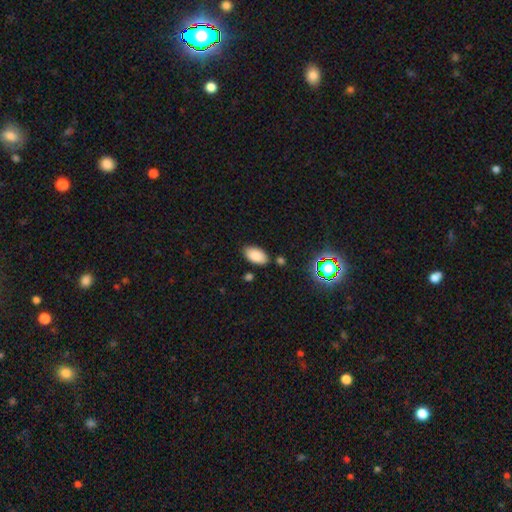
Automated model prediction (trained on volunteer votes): smooth-or-featured: smooth: 84% | star or artifact: 10% | featured or disk: 5%
  how-rounded: in between: 94% | round: 4% | cigar-shaped: 3%
  merging: none: 81% | minor disturbance: 12% | merger: 4% | major disturbance: 3%